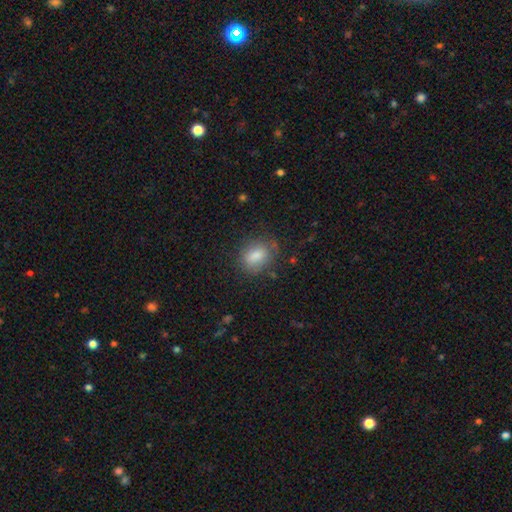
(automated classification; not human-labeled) Smooth or featured: smooth — 81% (featured or disk — 10%)
How rounded: in between — 70% (round — 27%)
Merging: none — 72% (minor disturbance — 18%)